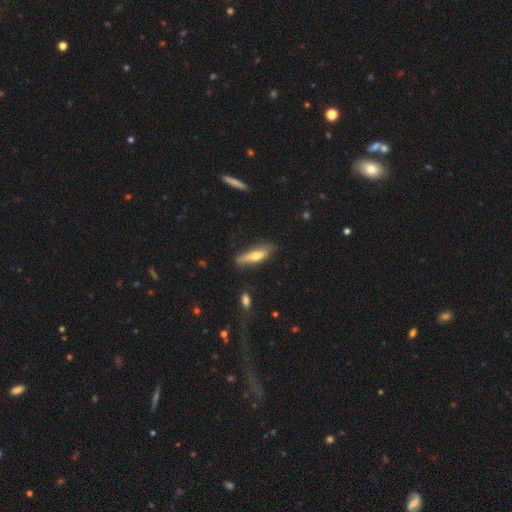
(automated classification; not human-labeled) Smooth or featured? Predicted: smooth (p=0.57). How rounded? Predicted: cigar-shaped (p=0.65). Merging? Predicted: none (p=0.68).